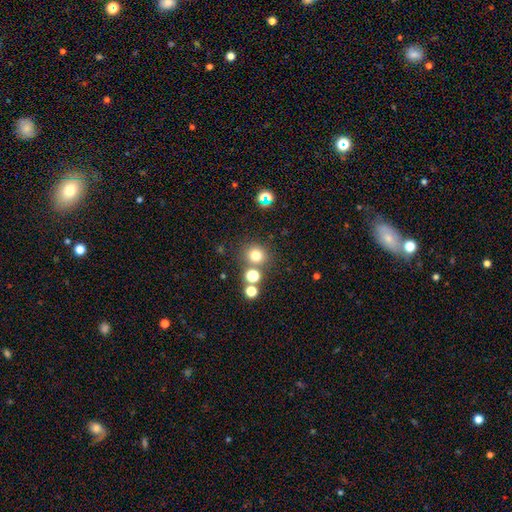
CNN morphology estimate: Smooth or featured?
  - smooth: 74% *
  - star or artifact: 18%
  - featured or disk: 7%
How rounded?
  - round: 85% *
  - in between: 14%
  - cigar-shaped: 1%
Merging?
  - none: 75% *
  - merger: 12%
  - minor disturbance: 9%
  - major disturbance: 4%